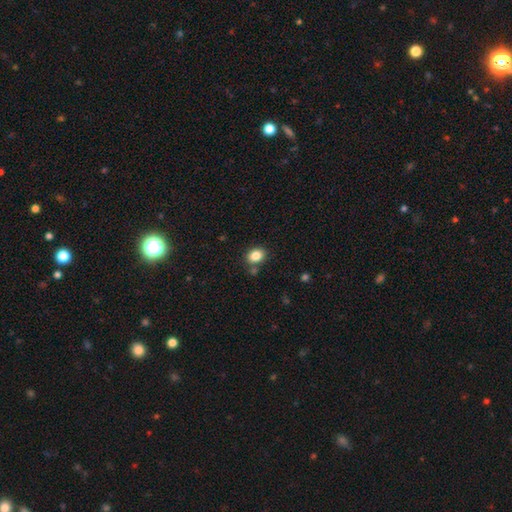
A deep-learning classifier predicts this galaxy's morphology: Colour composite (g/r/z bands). It shows a smooth galaxy with no disk features (85%) that is in between round and cigar-shaped (62%). Merging: none (78%).